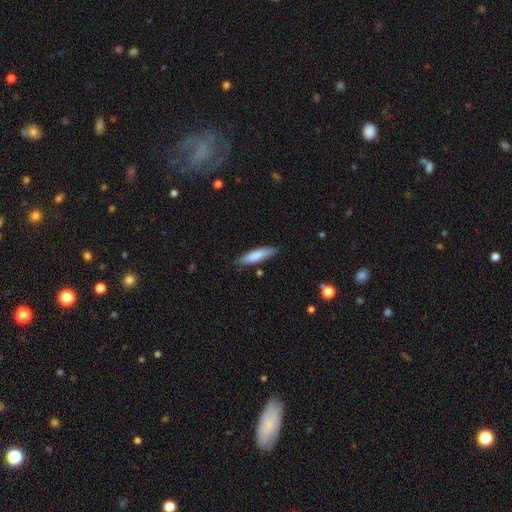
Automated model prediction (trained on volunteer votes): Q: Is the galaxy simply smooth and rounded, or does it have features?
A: smooth — 81%.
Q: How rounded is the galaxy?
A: cigar-shaped — 74%.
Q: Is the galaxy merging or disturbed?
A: none — 84%.